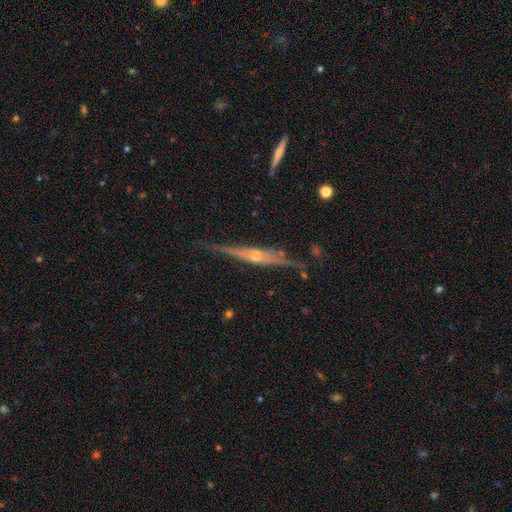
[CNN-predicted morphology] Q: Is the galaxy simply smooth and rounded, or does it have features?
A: featured or disk — 80%.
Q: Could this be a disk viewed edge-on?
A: yes — 96%.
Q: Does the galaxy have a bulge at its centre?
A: rounded — 78%.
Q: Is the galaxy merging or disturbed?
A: none — 75%.